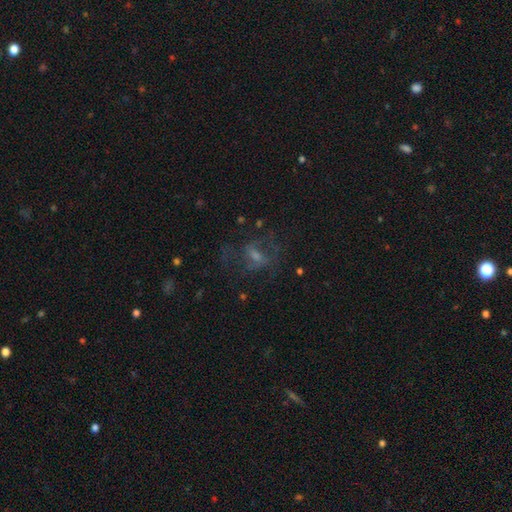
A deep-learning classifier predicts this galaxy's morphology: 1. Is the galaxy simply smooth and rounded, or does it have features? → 47% featured or disk, 28% smooth, 26% star or artifact.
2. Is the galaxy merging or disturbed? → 58% none, 22% major disturbance, 17% minor disturbance, 2% merger.